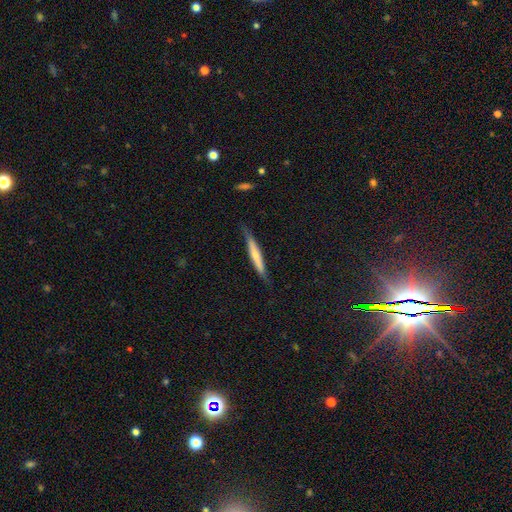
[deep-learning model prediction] A smooth galaxy with no disk features (58%) that is cigar-shaped (94%).

Vote fractions:
- Smooth or featured? smooth: 58% / featured or disk: 36% / star or artifact: 5%
- How rounded? cigar-shaped: 94% / in between: 5% / round: 1%
- Merging? none: 77% / minor disturbance: 18% / major disturbance: 3% / merger: 1%